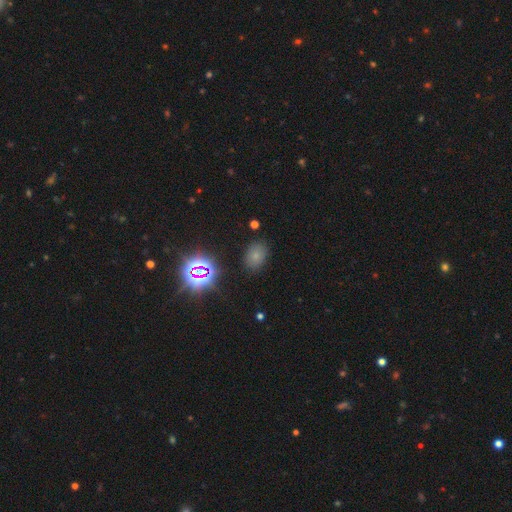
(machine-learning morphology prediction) This is likely a smooth galaxy (66%). How rounded: likely in between (70%). Merging: clearly none (83%).